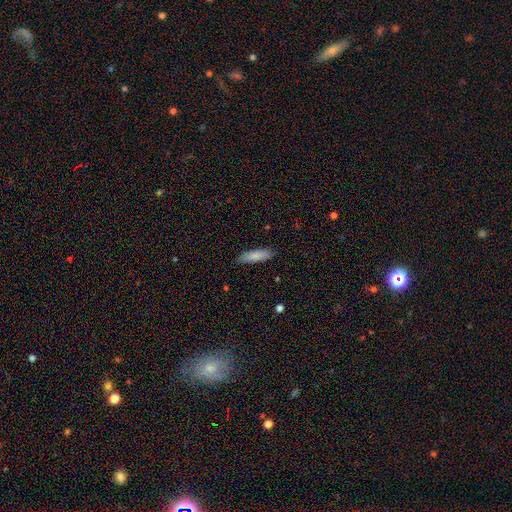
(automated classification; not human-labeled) Smooth or featured? Predicted: smooth (p=0.85). How rounded? Predicted: cigar-shaped (p=0.54). Merging? Predicted: none (p=0.86).